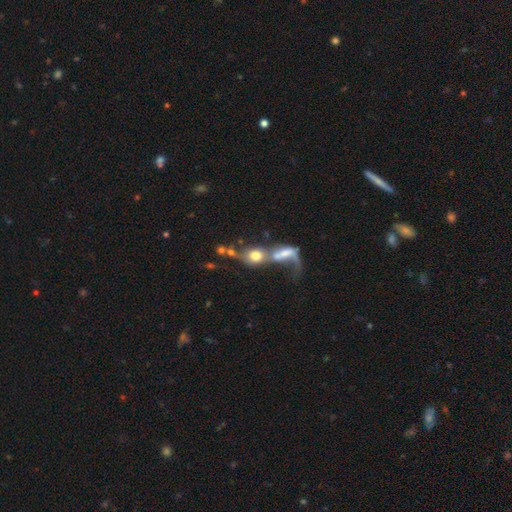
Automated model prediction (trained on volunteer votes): Smooth or featured? smooth (60%)
How rounded? round (50%)
Merging? merger (71%)